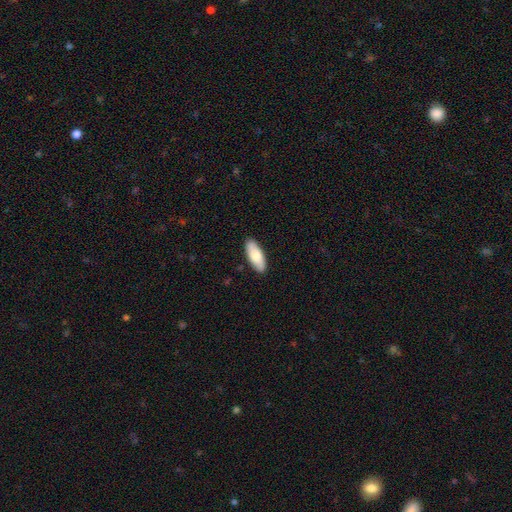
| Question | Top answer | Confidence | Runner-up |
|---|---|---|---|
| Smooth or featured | smooth | 87% | featured or disk (10%) |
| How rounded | in between | 74% | cigar-shaped (26%) |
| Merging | none | 89% | minor disturbance (8%) |